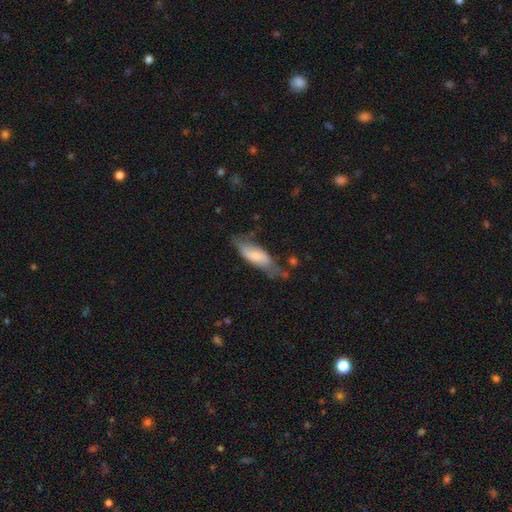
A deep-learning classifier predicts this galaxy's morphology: smooth 63%, featured or disk 30%, star or artifact 6%. Down the decision tree: how rounded — in between (61%); merging — none (42%).